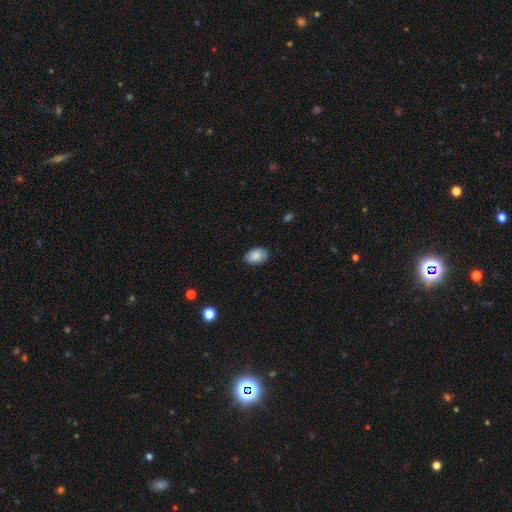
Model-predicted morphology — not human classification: smooth-or-featured: smooth: 86% | star or artifact: 7% | featured or disk: 7%
  how-rounded: in between: 86% | round: 13% | cigar-shaped: 1%
  merging: none: 83% | minor disturbance: 14% | major disturbance: 2% | merger: 1%